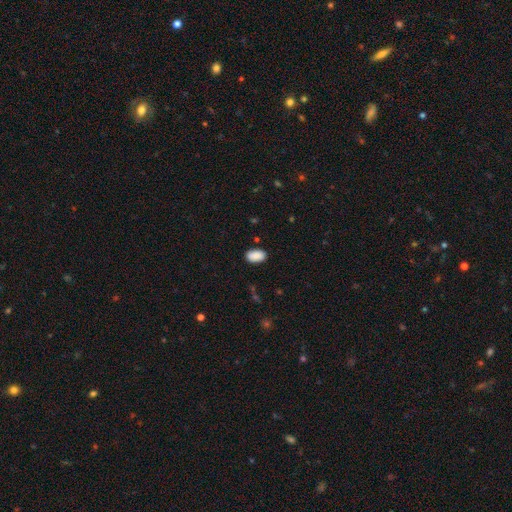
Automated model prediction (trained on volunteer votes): Q: Smooth or featured?
A: smooth (89%); runner-up: star or artifact (7%)
Q: How rounded?
A: in between (93%); runner-up: round (5%)
Q: Merging?
A: none (85%); runner-up: minor disturbance (11%)